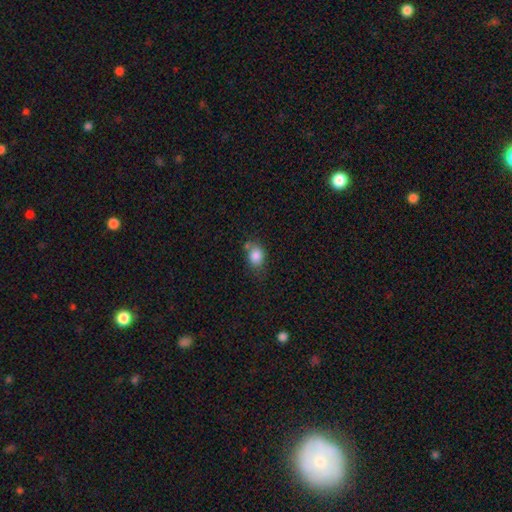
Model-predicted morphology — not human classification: Smooth or featured: smooth — 84% (star or artifact — 9%)
How rounded: in between — 60% (round — 38%)
Merging: none — 57% (minor disturbance — 25%)